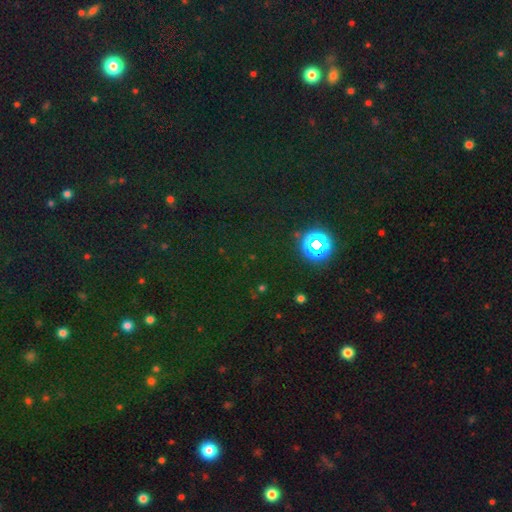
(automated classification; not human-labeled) A star or artifact, not a galaxy (62%).